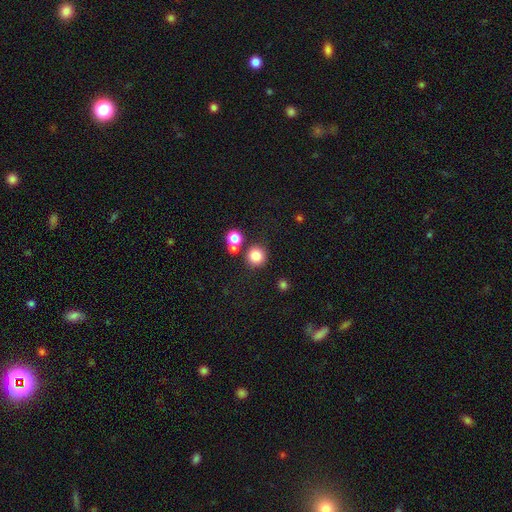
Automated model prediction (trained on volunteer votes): Smooth or featured: smooth — 82% (star or artifact — 12%)
How rounded: round — 93% (in between — 6%)
Merging: none — 75% (merger — 14%)